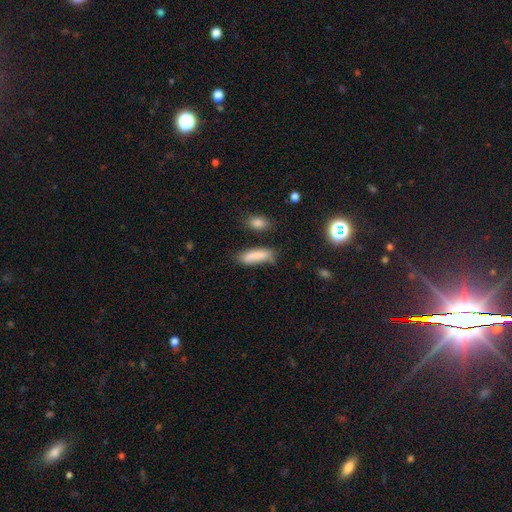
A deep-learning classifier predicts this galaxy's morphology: Overall: smooth (85%). How rounded: in between (53%; cigar-shaped 45%). Merging: none (63%; minor disturbance 25%).